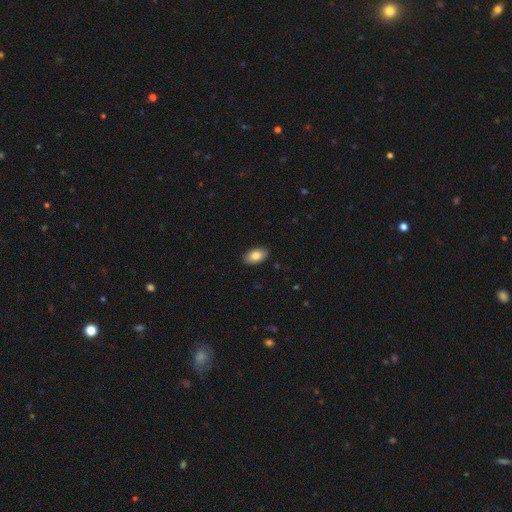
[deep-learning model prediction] A smooth galaxy with no disk features (85%) that is in between round and cigar-shaped (93%).

Vote fractions:
- Smooth or featured? smooth: 85% / featured or disk: 8% / star or artifact: 7%
- How rounded? in between: 93% / round: 5% / cigar-shaped: 1%
- Merging? none: 89% / minor disturbance: 8% / major disturbance: 2% / merger: 1%